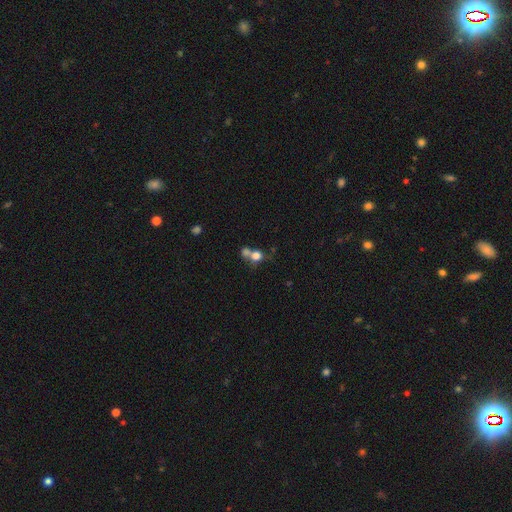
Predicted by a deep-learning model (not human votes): smooth_or_featured: smooth (p=0.72) [alt: featured or disk p=0.14]
how_rounded: round (p=0.75) [alt: in between p=0.23]
merging: merger (p=0.53) [alt: none p=0.32]